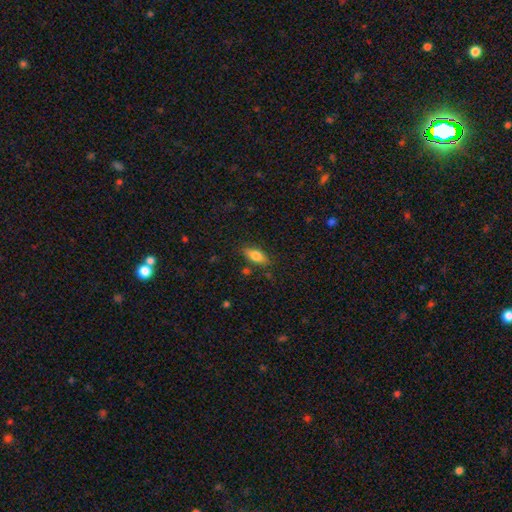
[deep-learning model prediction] smooth_or_featured: smooth (p=0.74) [alt: featured or disk p=0.18]
how_rounded: in between (p=0.76) [alt: cigar-shaped p=0.20]
merging: none (p=0.80) [alt: minor disturbance p=0.14]